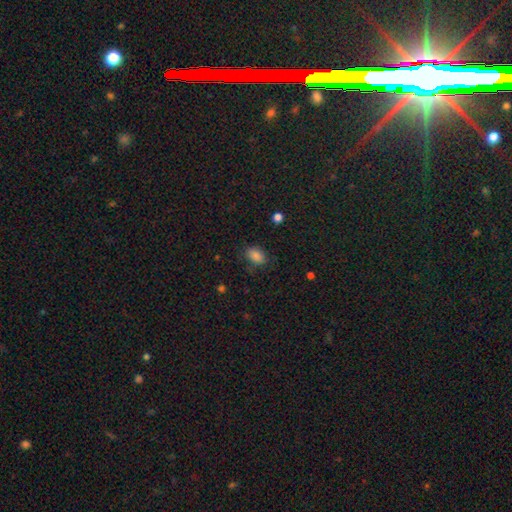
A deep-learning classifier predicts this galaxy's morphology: Smooth or featured?
  - smooth: 85% *
  - star or artifact: 10%
  - featured or disk: 5%
How rounded?
  - in between: 83% *
  - round: 16%
  - cigar-shaped: 1%
Merging?
  - none: 78% *
  - minor disturbance: 17%
  - major disturbance: 5%
  - merger: 1%